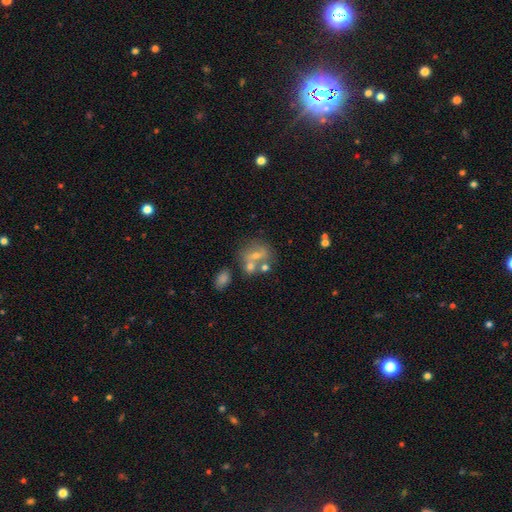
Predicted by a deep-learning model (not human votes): Smooth or featured? Predicted: smooth (p=0.47). Merging? Predicted: none (p=0.42).